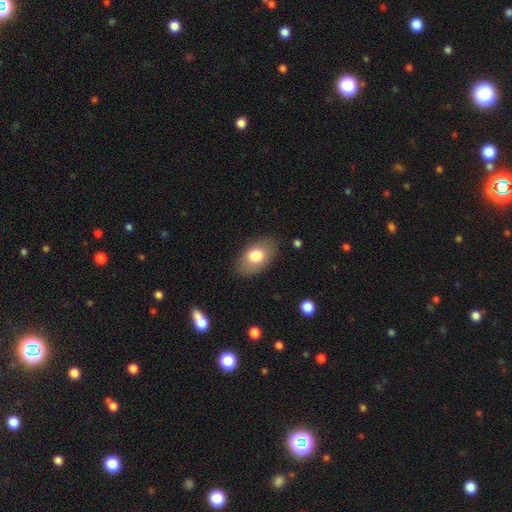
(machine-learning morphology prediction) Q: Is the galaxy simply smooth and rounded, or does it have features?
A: smooth — 76%.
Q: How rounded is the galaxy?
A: in between — 90%.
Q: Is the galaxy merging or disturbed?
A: none — 82%.